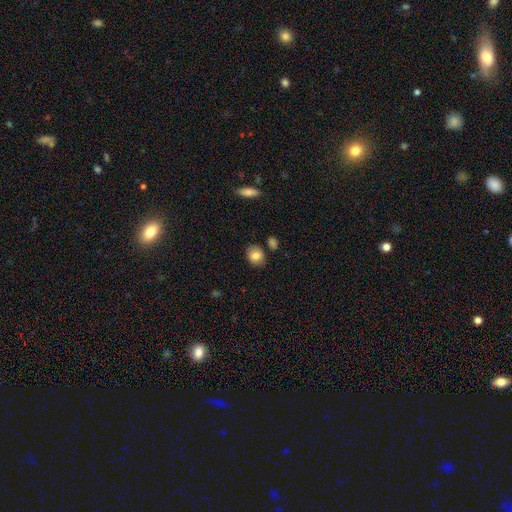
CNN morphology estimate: Smooth or featured? smooth (82%)
How rounded? round (57%)
Merging? none (79%)